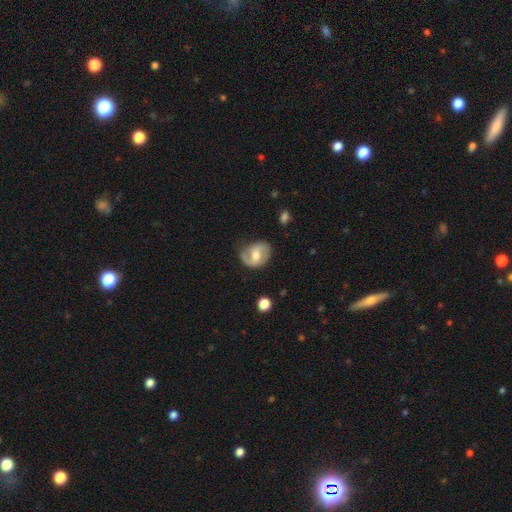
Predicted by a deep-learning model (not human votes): Smooth or featured: featured or disk — 71% (smooth — 23%)
Edge-on disk: no — 97% (yes — 3%)
Bar: weak — 49% (no — 34%)
Spiral arms: yes — 90% (no — 10%)
Spiral winding: medium — 49% (loose — 27%)
Spiral arm count: 2 — 83% (1 — 8%)
Bulge size: moderate — 61% (small — 19%)
Merging: none — 70% (minor disturbance — 21%)